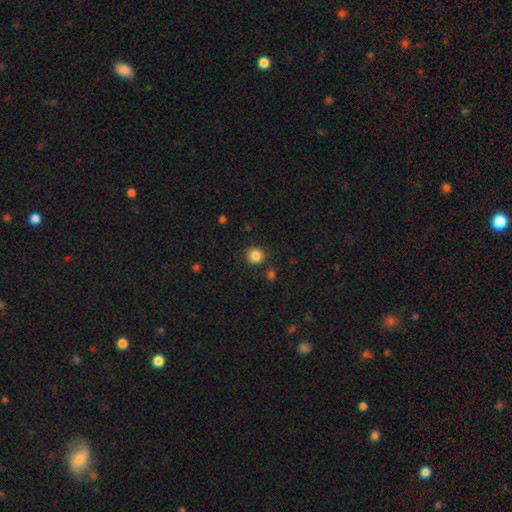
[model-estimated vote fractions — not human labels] This is clearly a smooth galaxy (86%). How rounded: clearly round (93%). Merging: clearly none (88%).